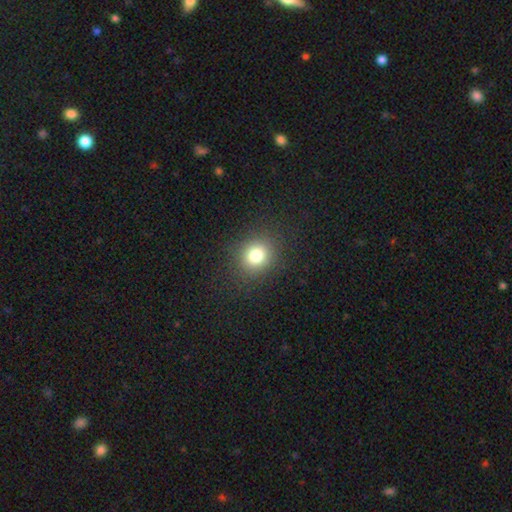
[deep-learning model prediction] Smooth or featured? smooth (79%)
How rounded? round (75%)
Merging? none (87%)